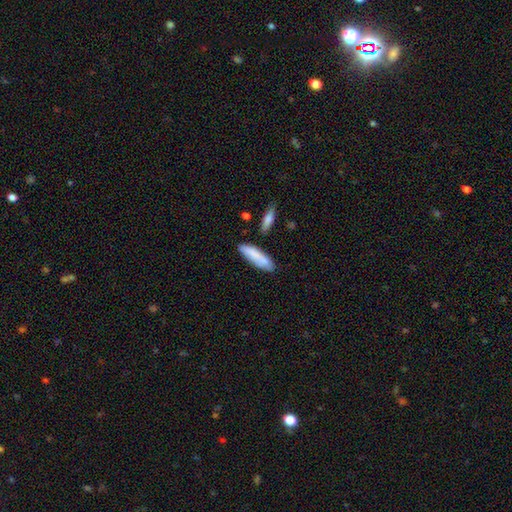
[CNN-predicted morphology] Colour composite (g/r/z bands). It shows a smooth galaxy with no disk features (78%) that is cigar-shaped (57%). Merging: none (67%).